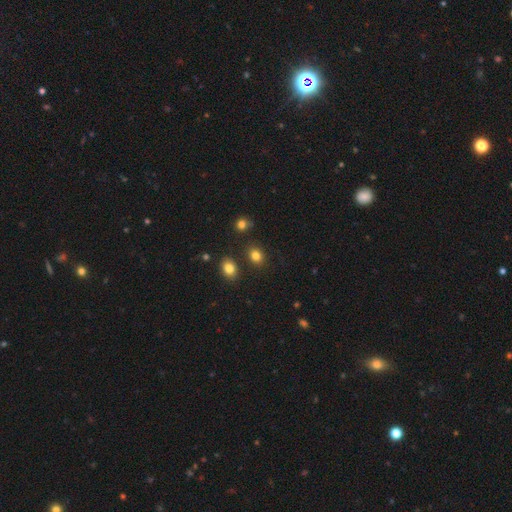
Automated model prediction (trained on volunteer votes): This appears to be a smooth galaxy with no disk features (82%) that is round (51%). Merging: none (81%).